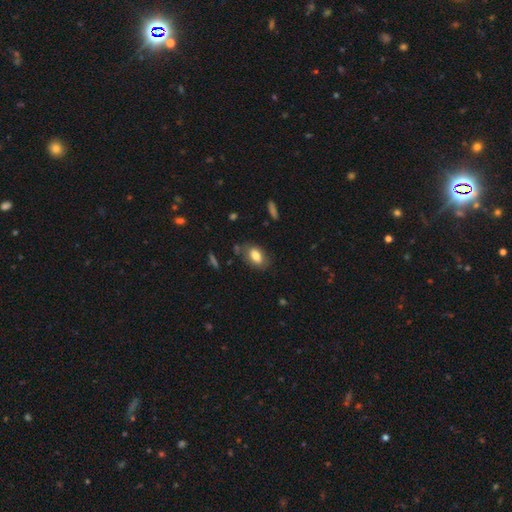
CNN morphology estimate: A smooth galaxy with no disk features (77%) that is in between round and cigar-shaped (89%).

Vote fractions:
- Smooth or featured? smooth: 77% / featured or disk: 15% / star or artifact: 7%
- How rounded? in between: 89% / round: 8% / cigar-shaped: 2%
- Merging? none: 72% / minor disturbance: 18% / major disturbance: 6% / merger: 3%